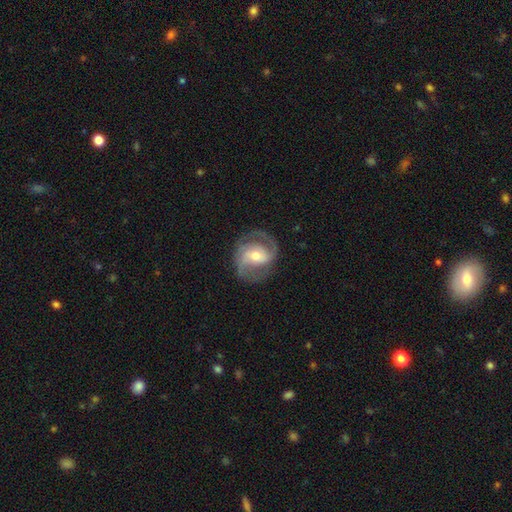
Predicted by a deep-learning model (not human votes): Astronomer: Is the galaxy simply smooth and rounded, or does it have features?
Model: featured or disk — 82%.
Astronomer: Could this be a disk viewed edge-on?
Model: no — 97%.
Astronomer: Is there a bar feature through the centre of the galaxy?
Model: weak — 41% (runner-up: no, 37%).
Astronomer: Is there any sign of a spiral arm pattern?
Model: yes — 94%.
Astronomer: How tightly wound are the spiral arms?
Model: medium — 52% (runner-up: tight, 29%).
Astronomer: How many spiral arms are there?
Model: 2 — 84%.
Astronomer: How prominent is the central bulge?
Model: moderate — 57% (runner-up: small, 35%).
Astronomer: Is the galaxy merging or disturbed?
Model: none — 76%.